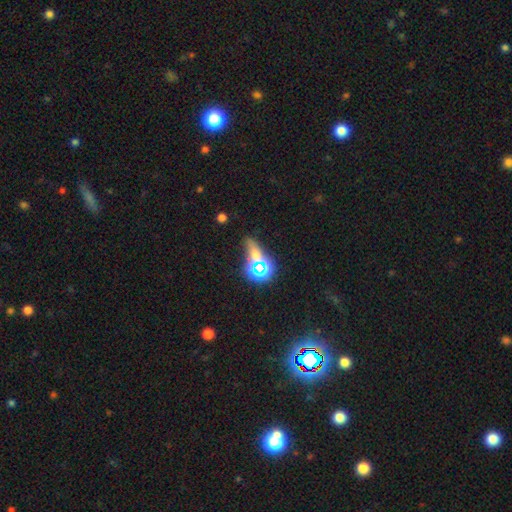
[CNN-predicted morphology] smooth_or_featured: star or artifact (p=0.52) [alt: smooth p=0.35]